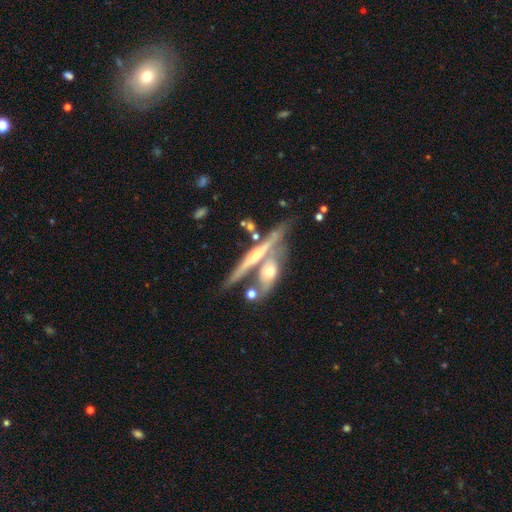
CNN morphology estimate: Smooth or featured? Predicted: featured or disk (p=0.72). Edge-on disk? Predicted: yes (p=0.90). Edge-on bulge? Predicted: rounded (p=0.78). Merging? Predicted: none (p=0.50).